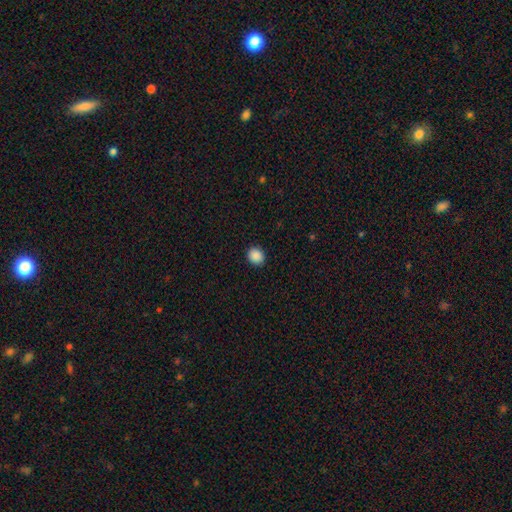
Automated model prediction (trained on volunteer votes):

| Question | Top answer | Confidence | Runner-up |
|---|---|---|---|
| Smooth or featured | smooth | 89% | star or artifact (9%) |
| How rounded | round | 77% | in between (22%) |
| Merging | none | 92% | minor disturbance (6%) |